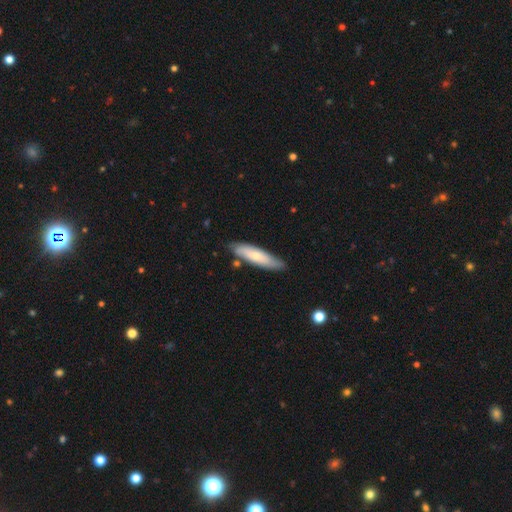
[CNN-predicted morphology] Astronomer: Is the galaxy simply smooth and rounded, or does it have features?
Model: smooth — 60%.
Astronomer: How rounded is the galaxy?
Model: cigar-shaped — 71%.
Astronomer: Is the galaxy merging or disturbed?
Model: none — 78%.